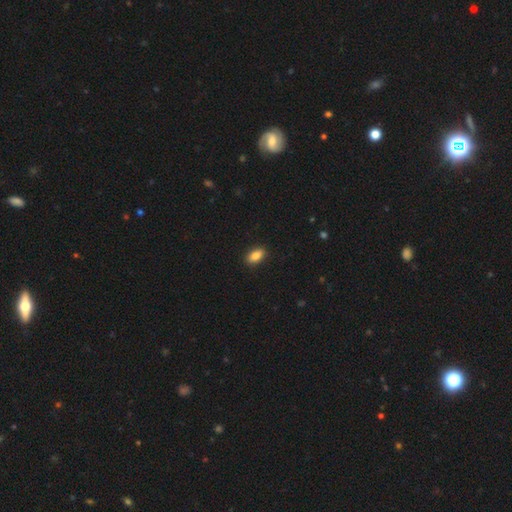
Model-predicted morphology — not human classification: Q: Smooth or featured?
A: smooth (85%); runner-up: star or artifact (8%)
Q: How rounded?
A: in between (89%); runner-up: round (6%)
Q: Merging?
A: none (90%); runner-up: minor disturbance (7%)